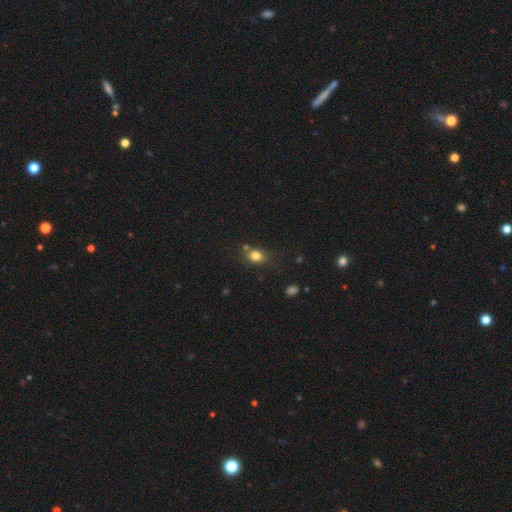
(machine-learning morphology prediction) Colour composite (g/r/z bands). It shows a smooth galaxy with no disk features (80%) that is in between round and cigar-shaped (49%, tied with round). Merging: none (68%).